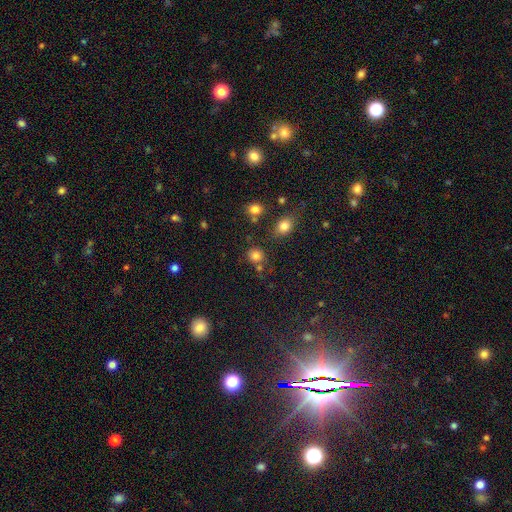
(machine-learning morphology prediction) Smooth or featured: smooth — 80% (star or artifact — 14%)
How rounded: round — 83% (in between — 16%)
Merging: none — 71% (minor disturbance — 13%)